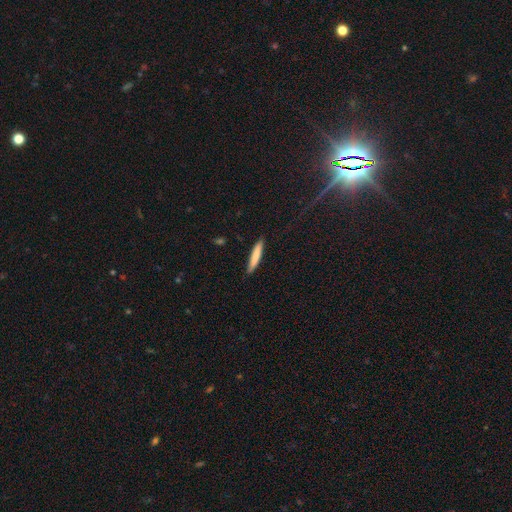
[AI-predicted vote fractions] A smooth galaxy with no disk features (79%) that is cigar-shaped (93%). Merging: none (87%).